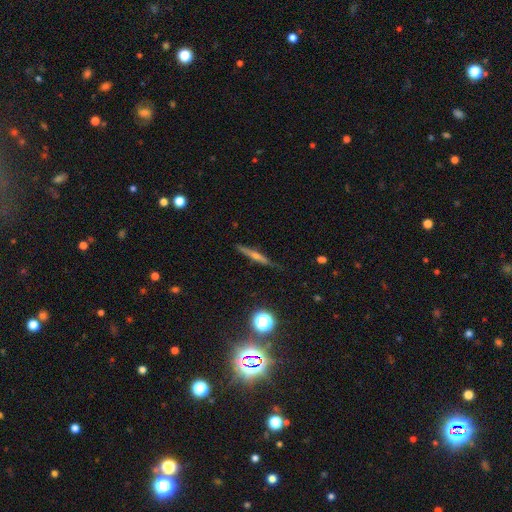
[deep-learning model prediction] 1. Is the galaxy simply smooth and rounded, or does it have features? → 62% featured or disk, 26% smooth, 12% star or artifact.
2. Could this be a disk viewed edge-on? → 96% yes, 4% no.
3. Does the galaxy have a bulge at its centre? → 75% rounded, 19% none, 6% boxy.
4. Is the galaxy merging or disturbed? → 87% none, 10% minor disturbance, 2% major disturbance, 1% merger.